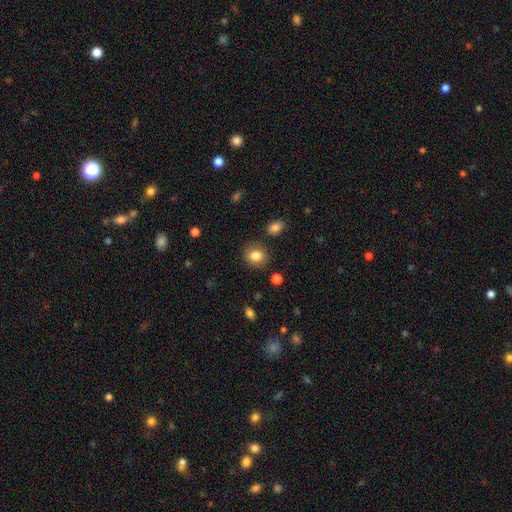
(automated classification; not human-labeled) Smooth or featured?
  - smooth: 84% *
  - star or artifact: 10%
  - featured or disk: 6%
How rounded?
  - round: 71% *
  - in between: 28%
  - cigar-shaped: 1%
Merging?
  - none: 86% *
  - minor disturbance: 9%
  - major disturbance: 3%
  - merger: 3%